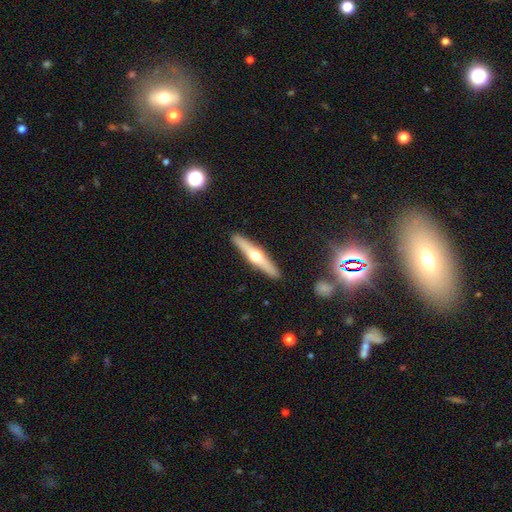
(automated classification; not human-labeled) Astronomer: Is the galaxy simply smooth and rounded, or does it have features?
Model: featured or disk — 64%.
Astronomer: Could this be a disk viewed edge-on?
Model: yes — 96%.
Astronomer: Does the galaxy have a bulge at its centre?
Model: rounded — 94%.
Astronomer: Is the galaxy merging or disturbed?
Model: none — 91%.